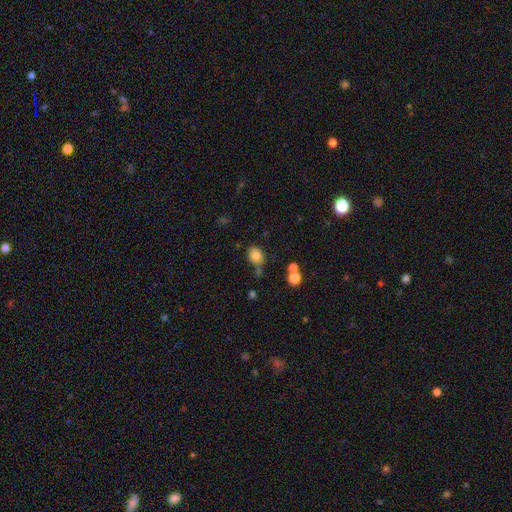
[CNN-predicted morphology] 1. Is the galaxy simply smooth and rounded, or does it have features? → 82% smooth, 12% star or artifact, 6% featured or disk.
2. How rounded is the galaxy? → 67% round, 32% in between, 1% cigar-shaped.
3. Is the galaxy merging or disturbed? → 60% none, 21% minor disturbance, 13% merger, 7% major disturbance.